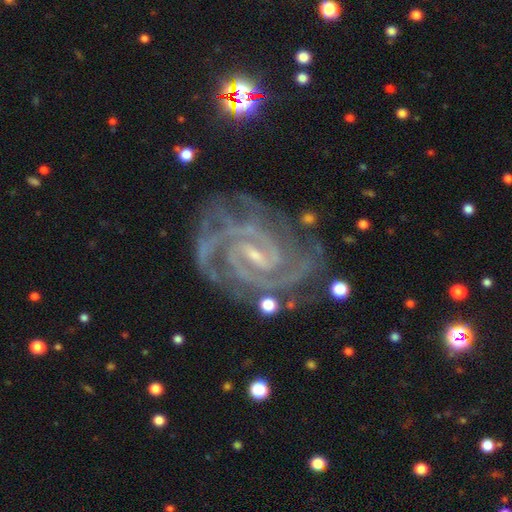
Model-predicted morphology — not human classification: Overall: featured or disk (93%). Edge-on disk: no (98%). Bar: weak (47%; strong 36%). Spiral arms: yes (99%). Spiral arm count: 2 (52%; 3 18%). Spiral winding: tight (71%). Bulge size: small (77%). Merging: none (72%).